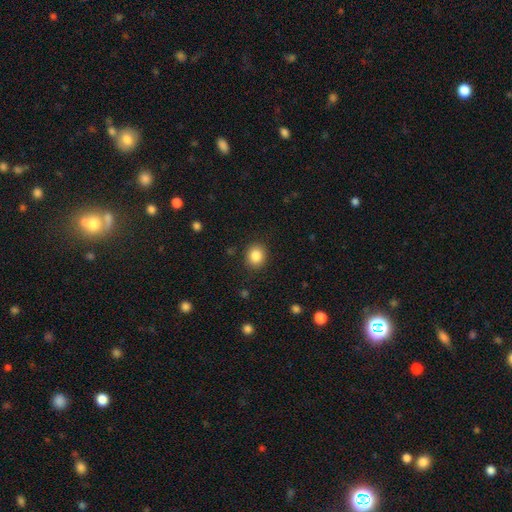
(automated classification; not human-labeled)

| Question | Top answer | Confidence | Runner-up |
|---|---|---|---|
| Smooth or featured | smooth | 86% | star or artifact (9%) |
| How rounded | round | 72% | in between (27%) |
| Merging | none | 88% | minor disturbance (8%) |